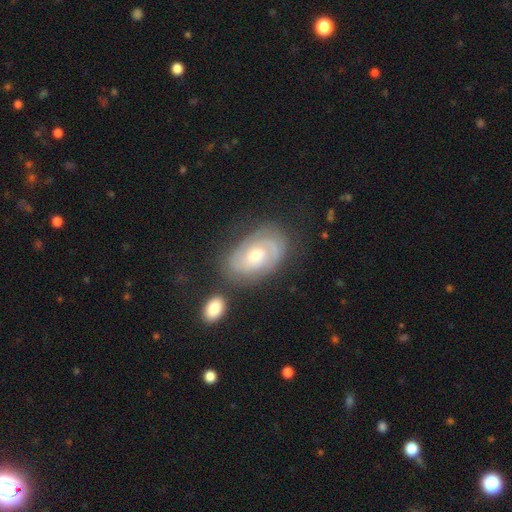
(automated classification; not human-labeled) A featured or disk galaxy (81%) with no bar (64%), 2 (61%) tight (63%) spiral arms (94%) and a moderate central bulge (63%). Merging: none (70%).